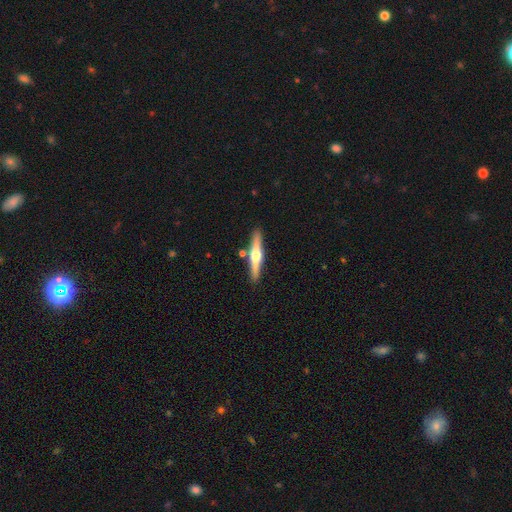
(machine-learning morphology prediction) This appears to be a featured or disk galaxy (66%) viewed edge-on (97%) with a rounded central bulge (94%). Merging: none (85%).